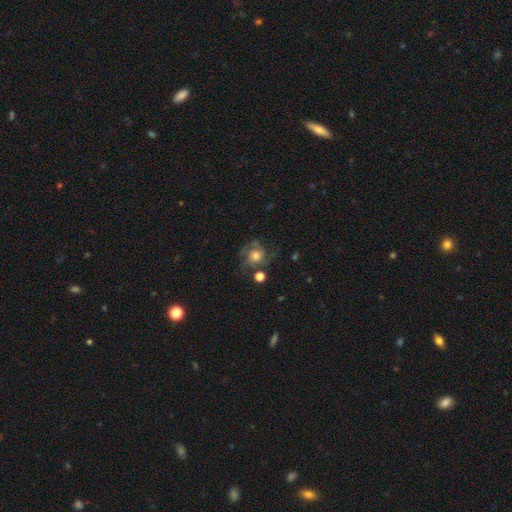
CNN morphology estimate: A featured or disk galaxy (68%) with no bar (77%), 2 (35%) medium (47%) spiral arms (91%) and a moderate central bulge (55%). Merging: none (60%).